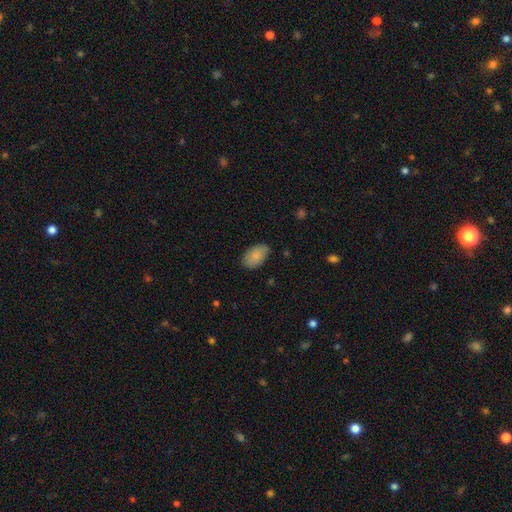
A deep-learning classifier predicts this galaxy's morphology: Smooth or featured? Predicted: smooth (p=0.86). How rounded? Predicted: in between (p=0.93). Merging? Predicted: none (p=0.82).